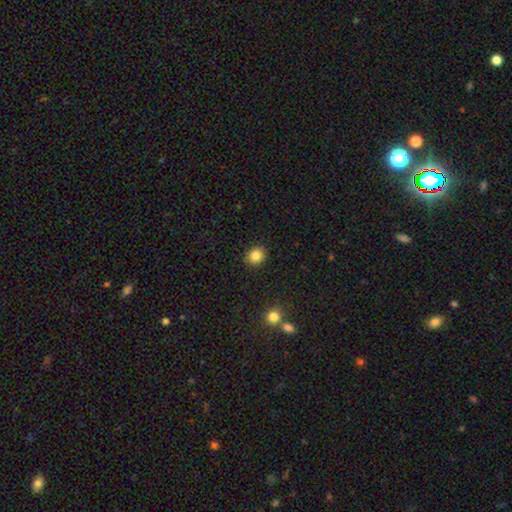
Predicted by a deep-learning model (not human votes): Q: Smooth or featured?
A: smooth (84%); runner-up: star or artifact (11%)
Q: How rounded?
A: round (75%); runner-up: in between (25%)
Q: Merging?
A: none (90%); runner-up: minor disturbance (6%)